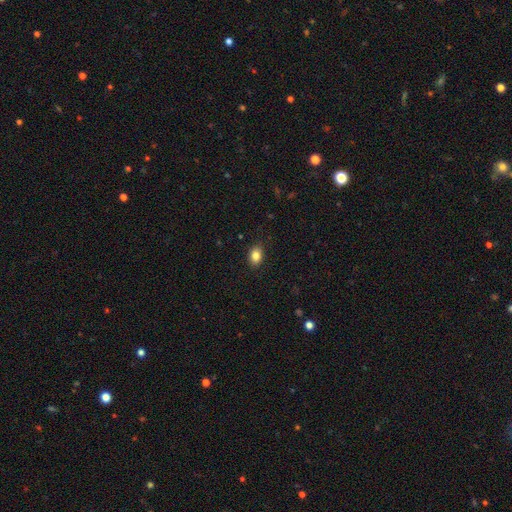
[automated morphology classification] A smooth galaxy with no disk features (85%) that is in between round and cigar-shaped (76%).

Vote fractions:
- Smooth or featured? smooth: 85% / star or artifact: 9% / featured or disk: 6%
- How rounded? in between: 76% / round: 23% / cigar-shaped: 1%
- Merging? none: 87% / minor disturbance: 10% / major disturbance: 2% / merger: 1%